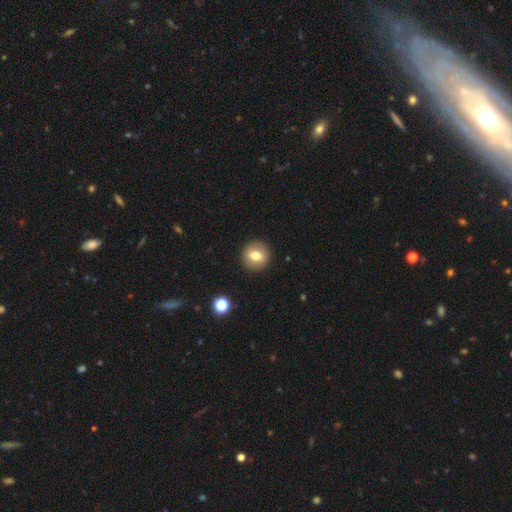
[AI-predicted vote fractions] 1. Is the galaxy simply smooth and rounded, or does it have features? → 71% smooth, 20% featured or disk, 9% star or artifact.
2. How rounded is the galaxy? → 88% round, 11% in between, 1% cigar-shaped.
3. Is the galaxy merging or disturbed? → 91% none, 6% minor disturbance, 2% major disturbance, 1% merger.